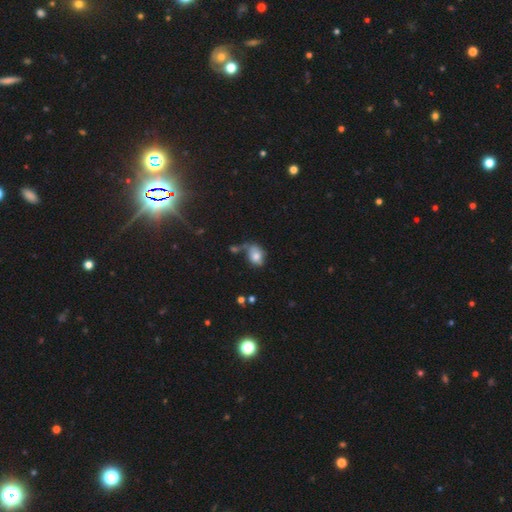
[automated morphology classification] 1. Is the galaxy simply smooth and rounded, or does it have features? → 74% smooth, 16% featured or disk, 10% star or artifact.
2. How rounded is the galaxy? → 74% in between, 24% round, 2% cigar-shaped.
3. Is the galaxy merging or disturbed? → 37% none, 25% minor disturbance, 23% merger, 16% major disturbance.